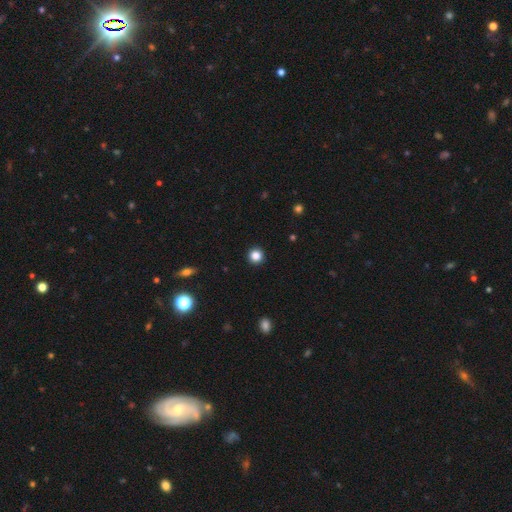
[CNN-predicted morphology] Smooth or featured? smooth (85%)
How rounded? round (95%)
Merging? none (93%)